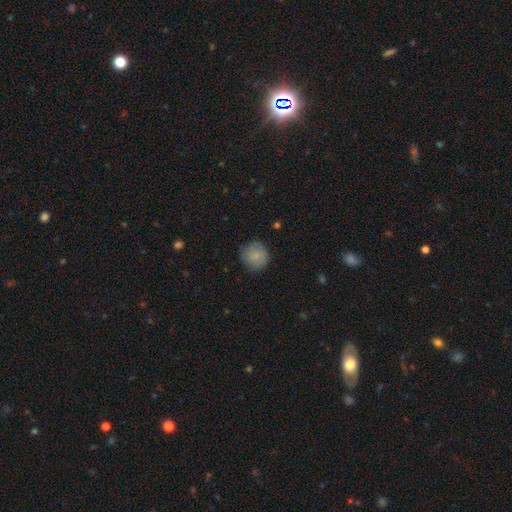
smooth_or_featured: smooth (p=0.80) [alt: featured or disk p=0.15]
how_rounded: round (p=0.88) [alt: in between p=0.09]
merging: none (p=0.66) [alt: minor disturbance p=0.26]